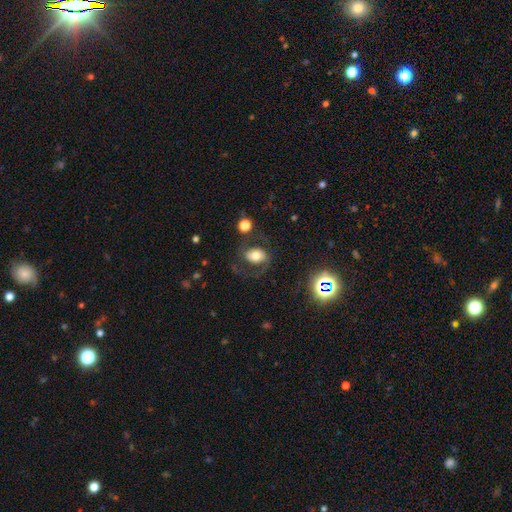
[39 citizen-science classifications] A featured or disk galaxy (62%) with no bar (50%), 2 (95%) loose (45%) spiral arms (91%) and a moderate central bulge (64%).

Vote fractions:
- Smooth or featured? featured or disk: 62% / smooth: 36% / star or artifact: 3%
- Edge-on disk? no: 92% / yes: 8%
- Bar? no: 50% / strong: 36% / weak: 14%
- Spiral arms? yes: 91% / no: 9%
- Spiral winding? loose: 45% / medium: 40% / tight: 15%
- Spiral arm count? 2: 95% / can't tell: 5% / 1: 0% / 3: 0% / 4: 0% / more than 4: 0%
- Bulge size? moderate: 64% / large: 27% / small: 9% / dominant: 0% / none: 0%
- Merging? none: 63% / minor disturbance: 18% / major disturbance: 16% / merger: 3%